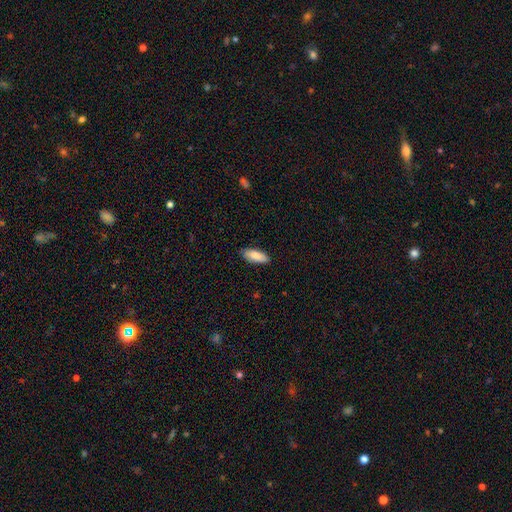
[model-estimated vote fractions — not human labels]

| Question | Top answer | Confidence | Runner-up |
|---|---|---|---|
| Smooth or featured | smooth | 86% | featured or disk (8%) |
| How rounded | in between | 76% | cigar-shaped (22%) |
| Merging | none | 87% | minor disturbance (11%) |